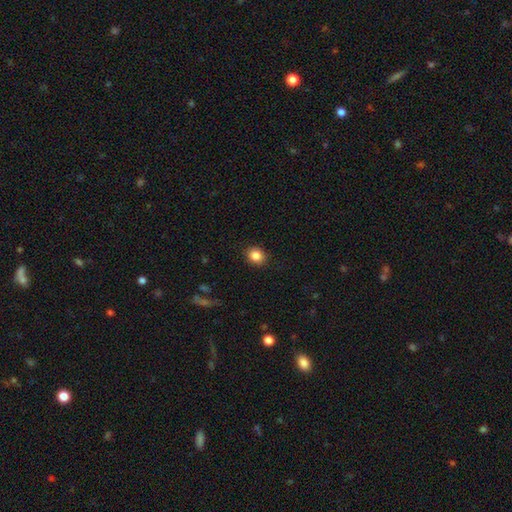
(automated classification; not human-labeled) This is clearly a smooth galaxy (85%). How rounded: likely round (67%). Merging: clearly none (90%).